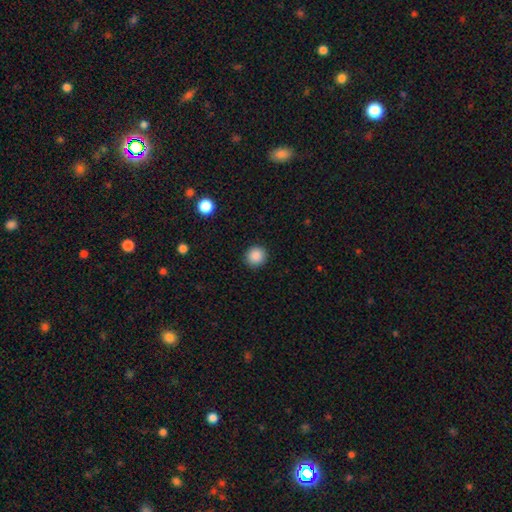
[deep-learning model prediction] Overall: smooth (87%). How rounded: round (93%). Merging: none (92%).